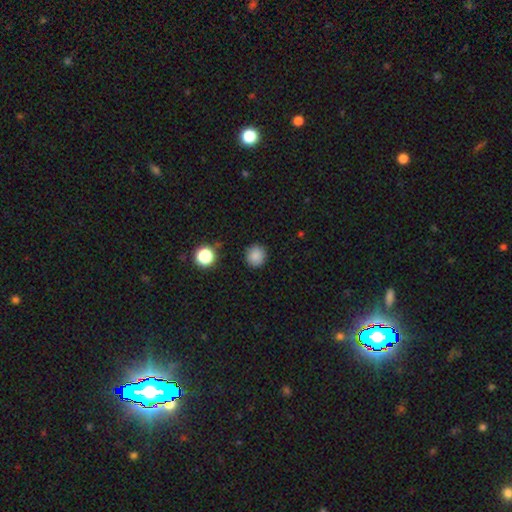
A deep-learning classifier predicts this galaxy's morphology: The model was most divided on "smooth or featured": smooth: 85%, star or artifact: 12%, featured or disk: 4%. More confident: how rounded — round (93%); merging — none (89%).